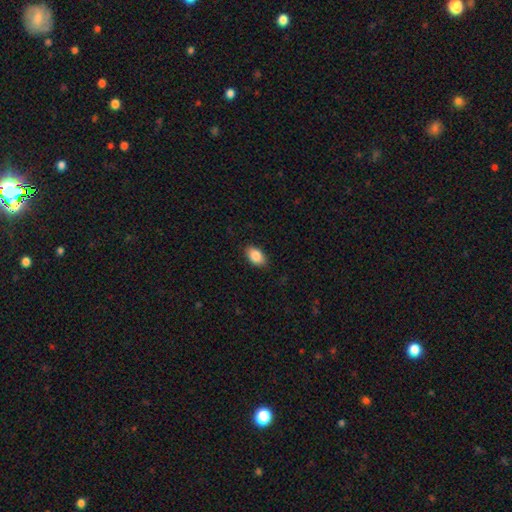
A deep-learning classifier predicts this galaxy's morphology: smooth-or-featured: smooth: 86% | star or artifact: 7% | featured or disk: 7%
  how-rounded: in between: 92% | round: 7% | cigar-shaped: 2%
  merging: none: 88% | minor disturbance: 9% | major disturbance: 2% | merger: 1%